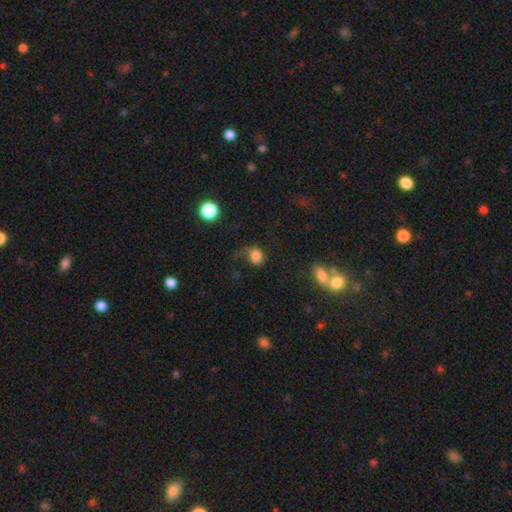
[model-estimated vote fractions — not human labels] Overall: smooth (77%). How rounded: round (59%; in between 40%). Merging: none (40%; major disturbance 31%).